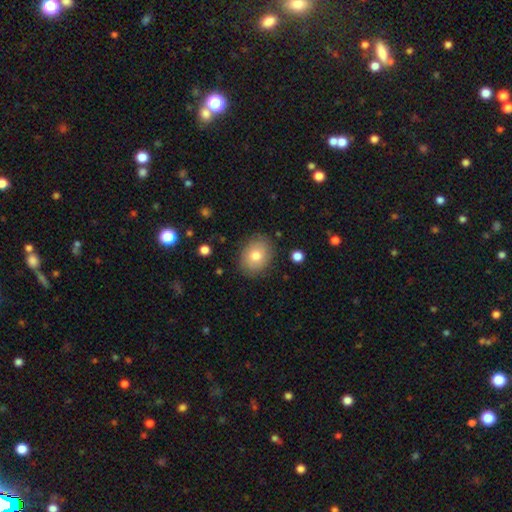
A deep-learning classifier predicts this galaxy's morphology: This appears to be a smooth galaxy with no disk features (76%) that is round (51%). Merging: none (84%).